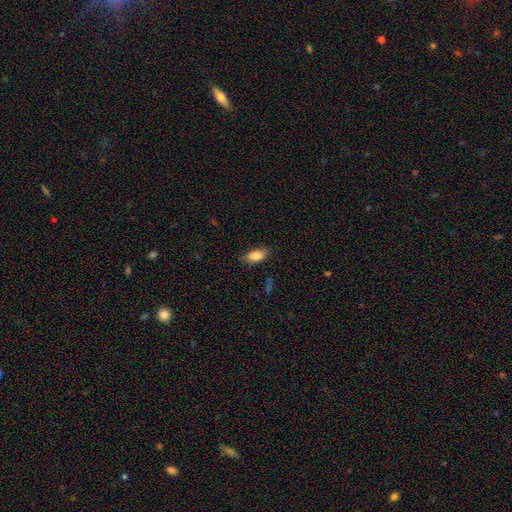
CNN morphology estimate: smooth 86%, star or artifact 7%, featured or disk 7%. Down the decision tree: how rounded — in between (88%); merging — none (82%).